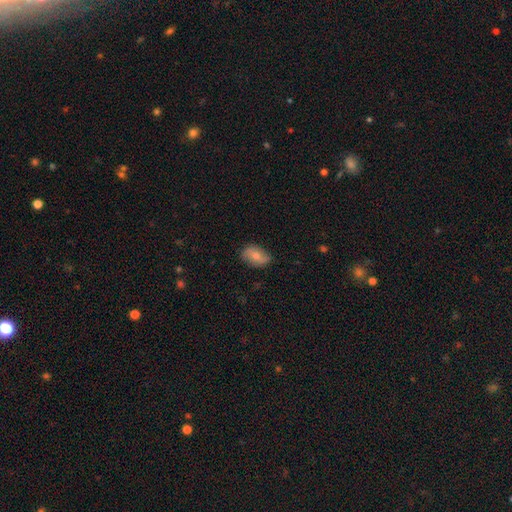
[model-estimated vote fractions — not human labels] Smooth or featured? Predicted: smooth (p=0.64). How rounded? Predicted: in between (p=0.86). Merging? Predicted: none (p=0.77).